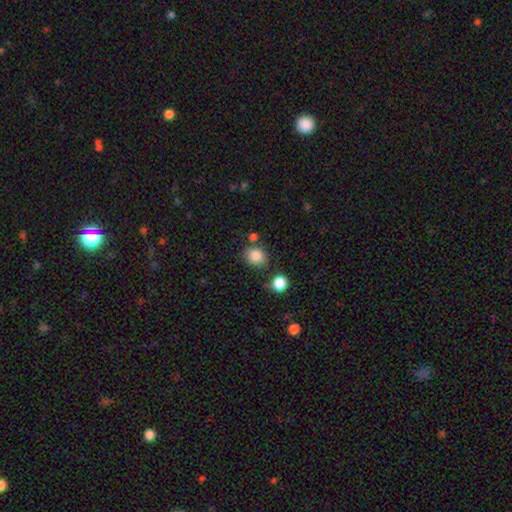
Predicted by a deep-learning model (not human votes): This appears to be a smooth galaxy with no disk features (85%) that is round (66%). Merging: none (75%).